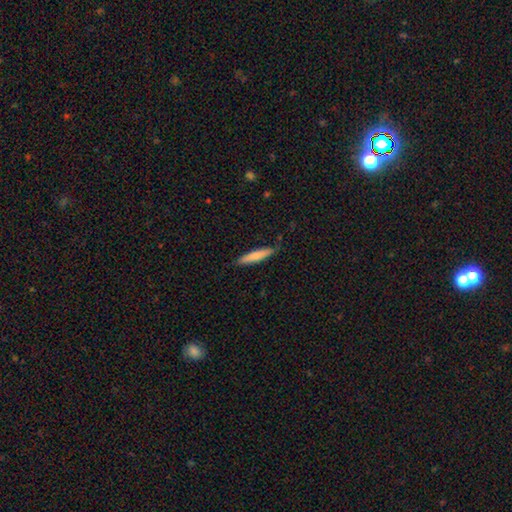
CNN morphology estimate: This appears to be a smooth galaxy with no disk features (79%) that is cigar-shaped (89%). Merging: none (86%).